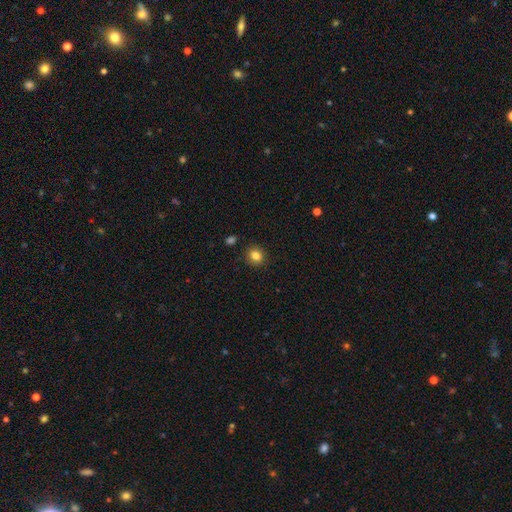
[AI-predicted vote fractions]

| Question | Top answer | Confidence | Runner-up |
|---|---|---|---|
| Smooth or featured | smooth | 84% | star or artifact (11%) |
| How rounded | round | 77% | in between (23%) |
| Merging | none | 89% | minor disturbance (7%) |